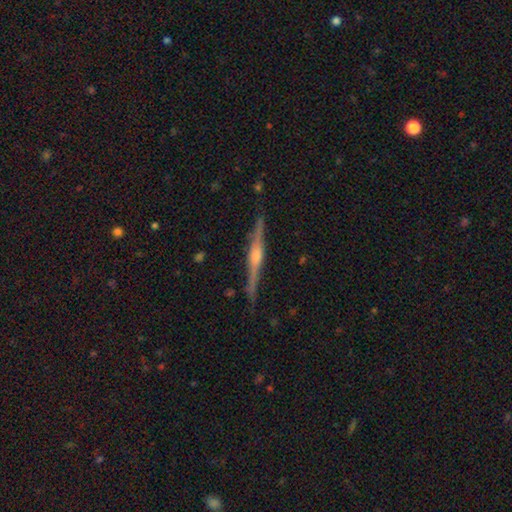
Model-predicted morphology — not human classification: smooth_or_featured: featured or disk (p=0.82) [alt: smooth p=0.12]
disk_edge_on: yes (p=0.98) [alt: no p=0.02]
edge_on_bulge: rounded (p=0.81) [alt: boxy p=0.13]
merging: none (p=0.88) [alt: minor disturbance p=0.09]